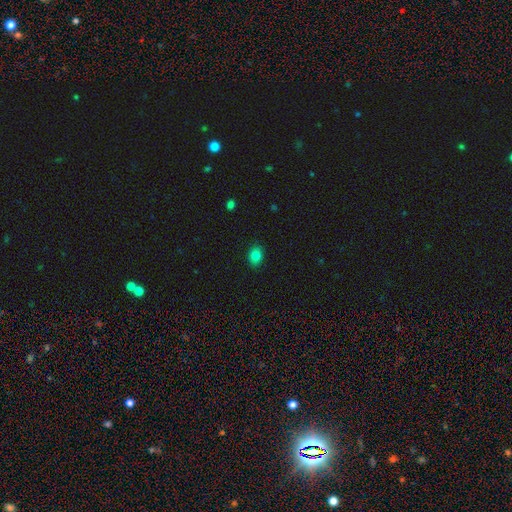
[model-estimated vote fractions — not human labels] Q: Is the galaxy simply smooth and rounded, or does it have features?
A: smooth — 82%.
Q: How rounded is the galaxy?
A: in between — 57%.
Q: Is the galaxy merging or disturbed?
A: none — 89%.